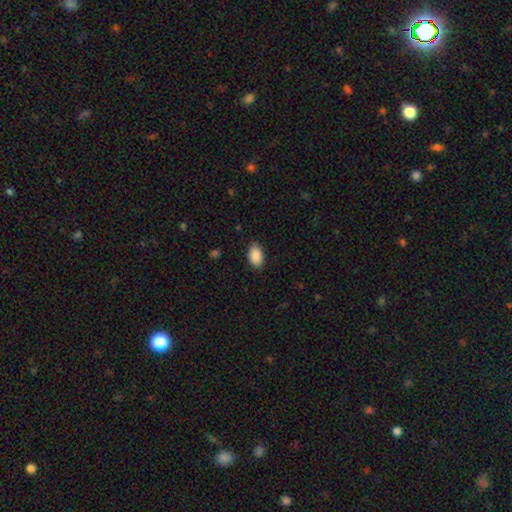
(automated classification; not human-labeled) This appears to be a smooth galaxy with no disk features (90%) that is in between round and cigar-shaped (91%). Merging: none (87%).